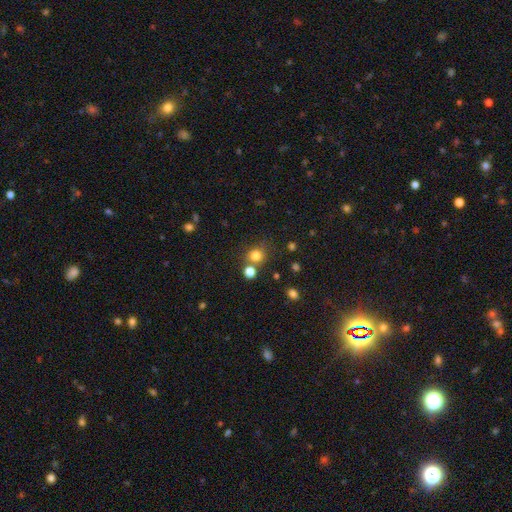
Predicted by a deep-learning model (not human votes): smooth_or_featured: smooth (p=0.78) [alt: star or artifact p=0.15]
how_rounded: round (p=0.85) [alt: in between p=0.14]
merging: none (p=0.67) [alt: merger p=0.19]